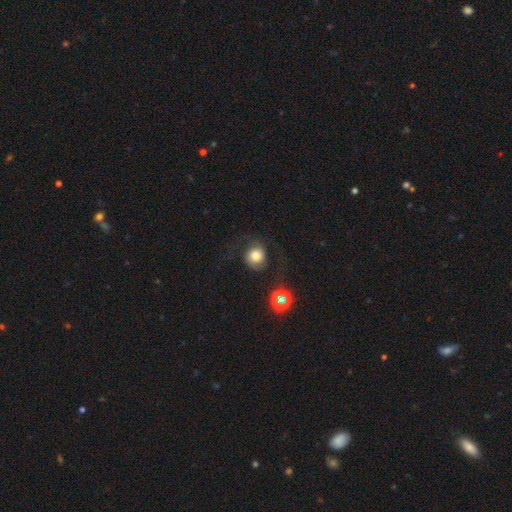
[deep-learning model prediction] smooth-or-featured: smooth: 61% | featured or disk: 27% | star or artifact: 12%
  how-rounded: round: 84% | in between: 15% | cigar-shaped: 1%
  merging: none: 58% | major disturbance: 23% | minor disturbance: 16% | merger: 2%